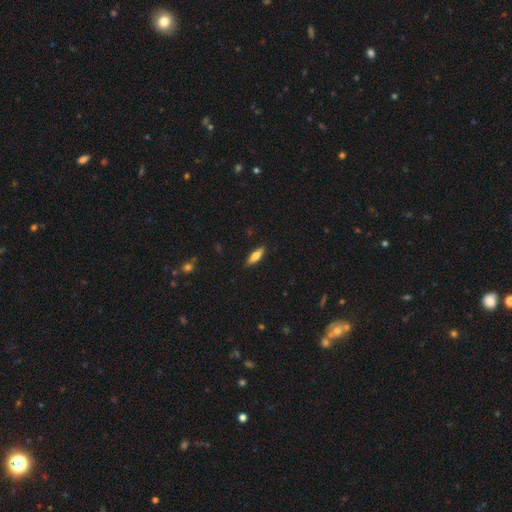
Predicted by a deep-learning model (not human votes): Overall: smooth (68%). How rounded: cigar-shaped (54%; in between 44%). Merging: none (87%).